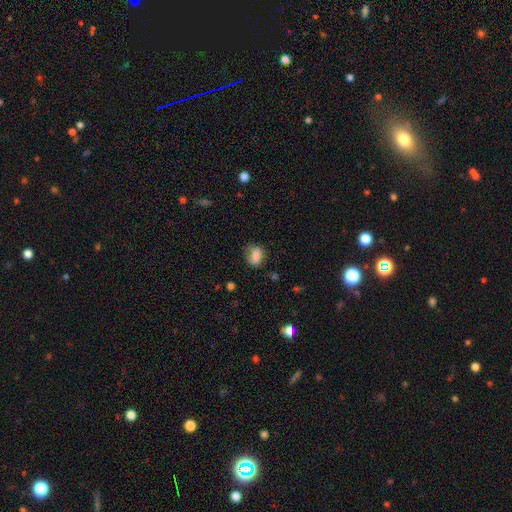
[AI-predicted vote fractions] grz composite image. It shows a smooth galaxy with no disk features (82%) that is in between round and cigar-shaped (73%). Merging: none (61%).